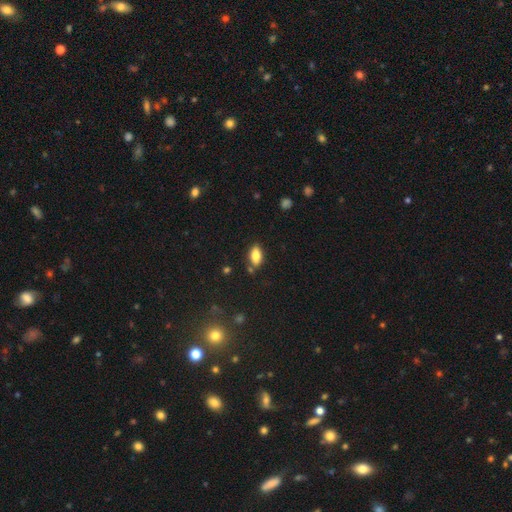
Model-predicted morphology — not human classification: This is clearly a smooth galaxy (83%). How rounded: clearly in between (90%). Merging: likely none (77%).